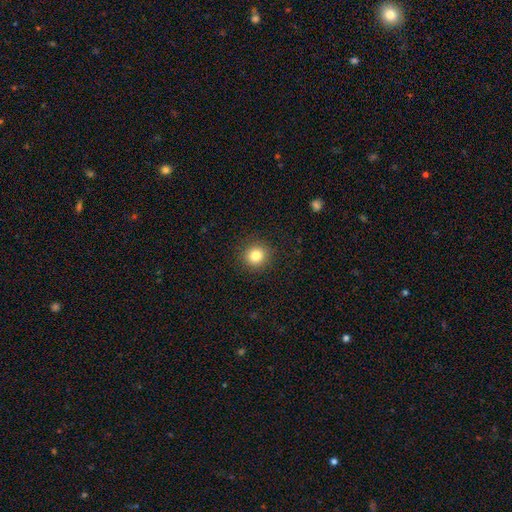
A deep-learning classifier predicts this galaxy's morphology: This appears to be a smooth galaxy with no disk features (83%) that is round (91%). Merging: none (91%).